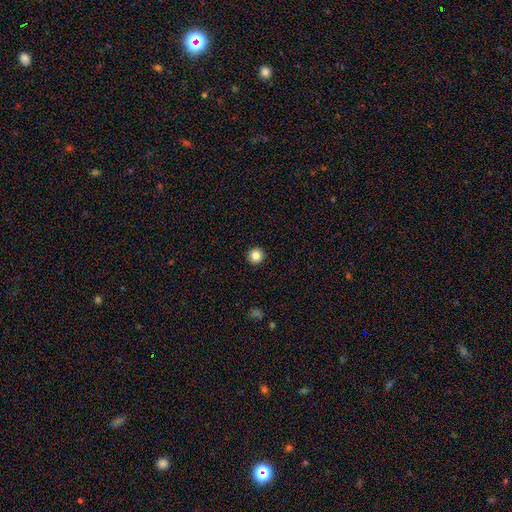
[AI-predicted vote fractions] Morphology: type=smooth (85%); roundness=round (95%); merging=none (93%).